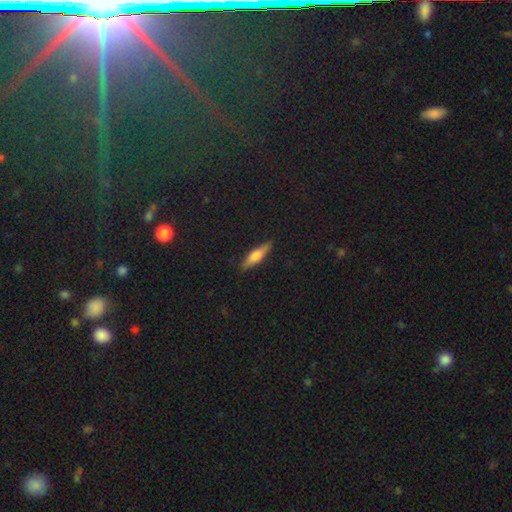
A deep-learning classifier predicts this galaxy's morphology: smooth_or_featured: smooth (p=0.55) [alt: featured or disk p=0.38]
how_rounded: cigar-shaped (p=0.71) [alt: in between p=0.27]
merging: none (p=0.88) [alt: minor disturbance p=0.09]